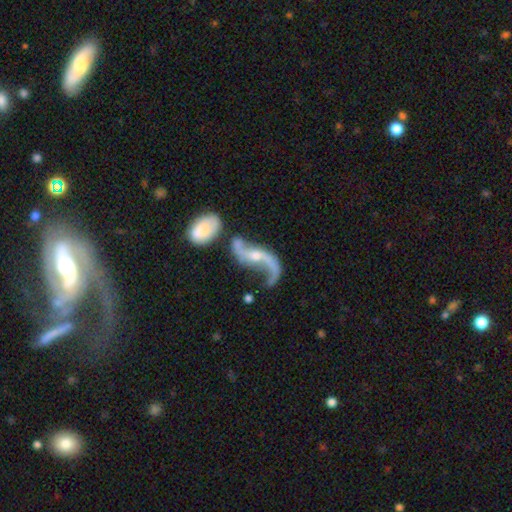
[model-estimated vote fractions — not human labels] smooth-or-featured: featured or disk: 86% | smooth: 8% | star or artifact: 7%
  disk-edge-on: no: 93% | yes: 7%
    bar: no: 52% | weak: 32% | strong: 16%
    has-spiral-arms: yes: 93% | no: 7%
      spiral-winding: loose: 88% | medium: 9% | tight: 3%
      spiral-arm-count: 2: 86% | 1: 9% | can't tell: 2% | 3: 1% | 4: 1% | more than 4: 1%
    bulge-size: small: 49% | moderate: 41% | none: 6% | large: 3% | dominant: 1%
  merging: none: 40% | merger: 27% | minor disturbance: 16% | major disturbance: 16%